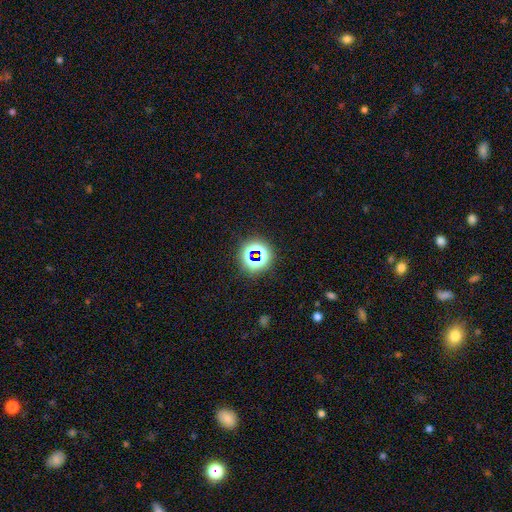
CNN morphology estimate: Smooth or featured: star or artifact — 66% (smooth — 25%)